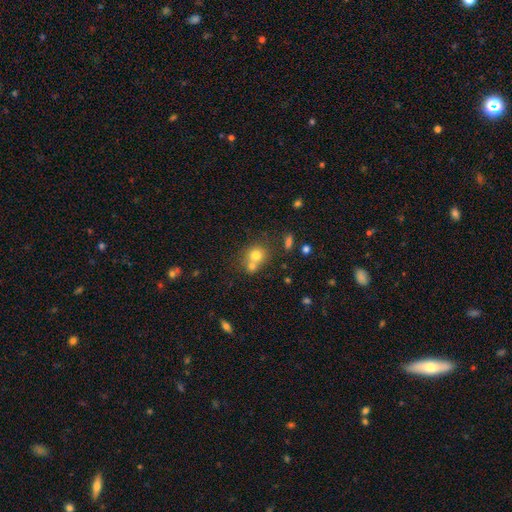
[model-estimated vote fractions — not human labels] Smooth or featured: smooth — 74% (featured or disk — 14%)
How rounded: round — 77% (in between — 22%)
Merging: merger — 48% (none — 41%)